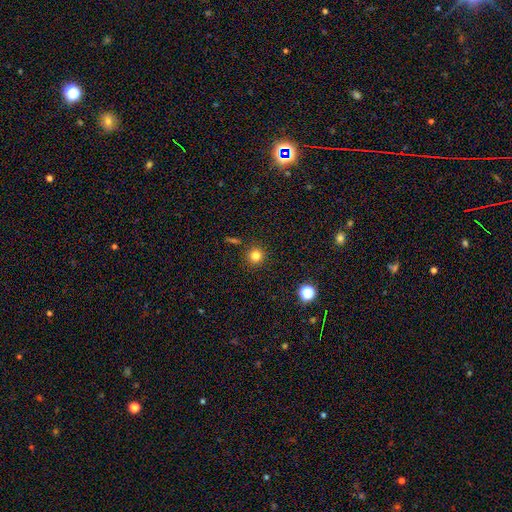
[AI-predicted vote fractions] smooth 81%, star or artifact 14%, featured or disk 6%. Down the decision tree: how rounded — round (94%); merging — none (90%).